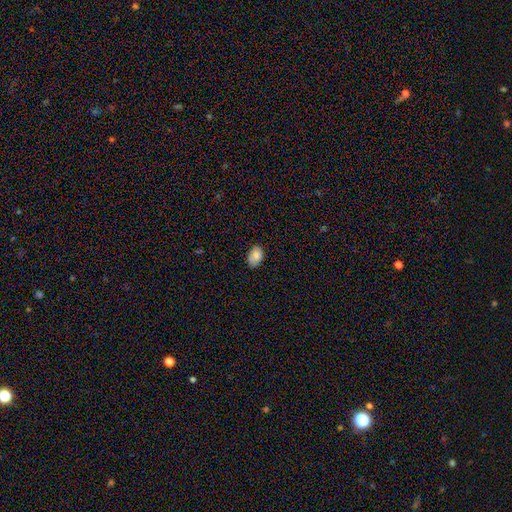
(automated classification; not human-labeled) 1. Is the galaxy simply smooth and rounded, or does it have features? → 84% smooth, 8% star or artifact, 8% featured or disk.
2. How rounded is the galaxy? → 84% in between, 15% round, 1% cigar-shaped.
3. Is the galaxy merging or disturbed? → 77% none, 19% minor disturbance, 3% major disturbance, 1% merger.